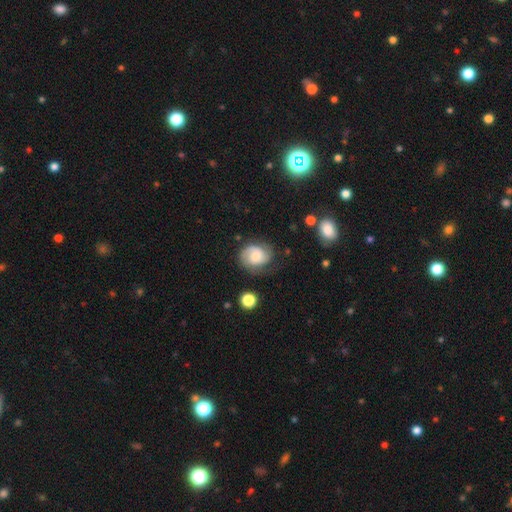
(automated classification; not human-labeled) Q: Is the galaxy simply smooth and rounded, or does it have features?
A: featured or disk — 59%.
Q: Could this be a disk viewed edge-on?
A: no — 98%.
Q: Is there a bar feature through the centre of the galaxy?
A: no — 66%.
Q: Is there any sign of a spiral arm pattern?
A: yes — 91%.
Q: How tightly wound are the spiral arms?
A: medium — 42%.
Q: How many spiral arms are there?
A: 2 — 69%.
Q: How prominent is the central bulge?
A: moderate — 47%.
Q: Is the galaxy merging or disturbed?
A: none — 66%.